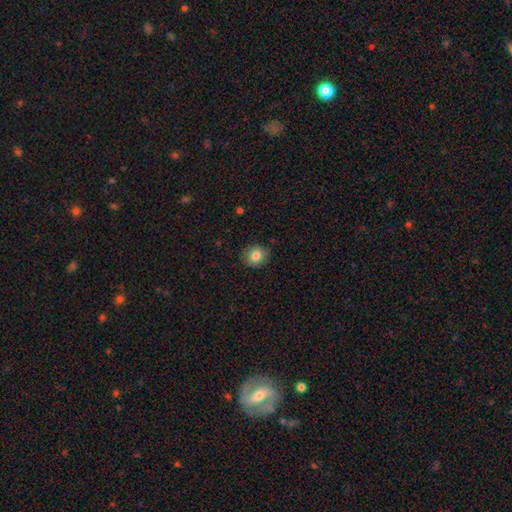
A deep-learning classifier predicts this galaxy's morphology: Smooth or featured? Predicted: smooth (p=0.81). How rounded? Predicted: round (p=0.71). Merging? Predicted: none (p=0.85).